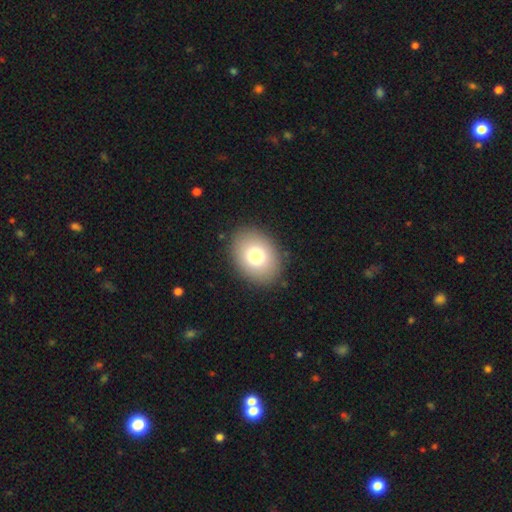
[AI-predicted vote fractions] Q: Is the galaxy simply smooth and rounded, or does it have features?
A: smooth — 79%.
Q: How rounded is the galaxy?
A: in between — 69%.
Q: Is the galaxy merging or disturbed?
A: none — 88%.